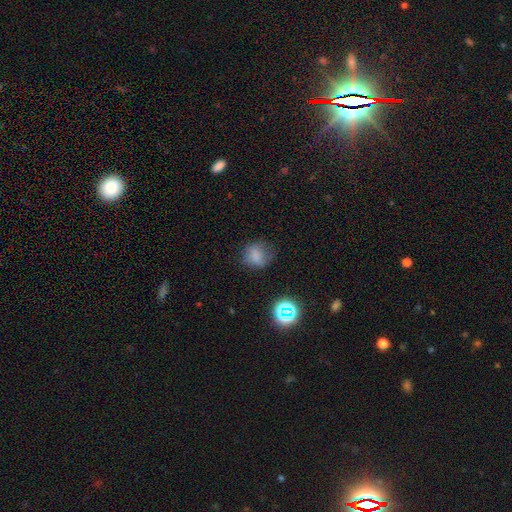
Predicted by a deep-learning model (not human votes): Smooth or featured? Predicted: smooth (p=0.73). How rounded? Predicted: round (p=0.70). Merging? Predicted: none (p=0.63).